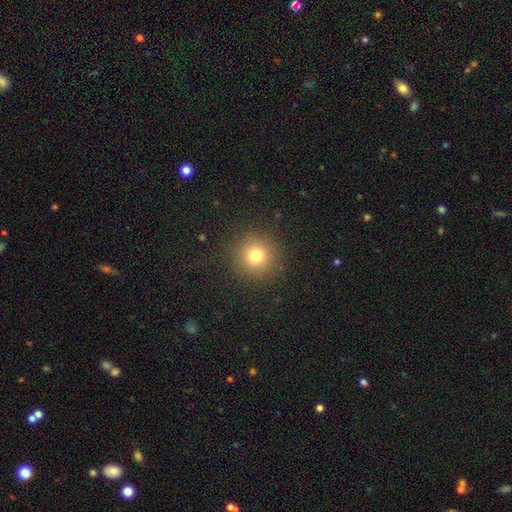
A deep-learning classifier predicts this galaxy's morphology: smooth-or-featured: smooth: 77% | star or artifact: 15% | featured or disk: 8%
  how-rounded: round: 95% | in between: 4% | cigar-shaped: 1%
  merging: none: 90% | minor disturbance: 6% | major disturbance: 3% | merger: 1%